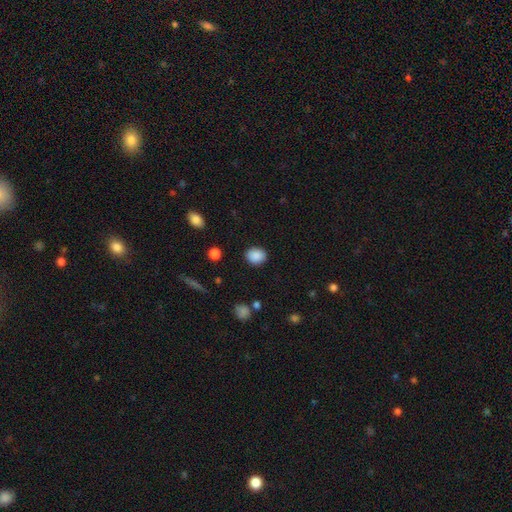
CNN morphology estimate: Smooth or featured? Predicted: smooth (p=0.89). How rounded? Predicted: round (p=0.52). Merging? Predicted: none (p=0.88).